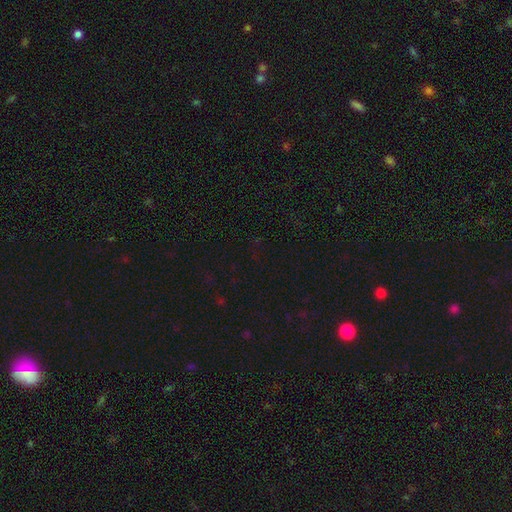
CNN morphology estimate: Smooth or featured? star or artifact (74%)